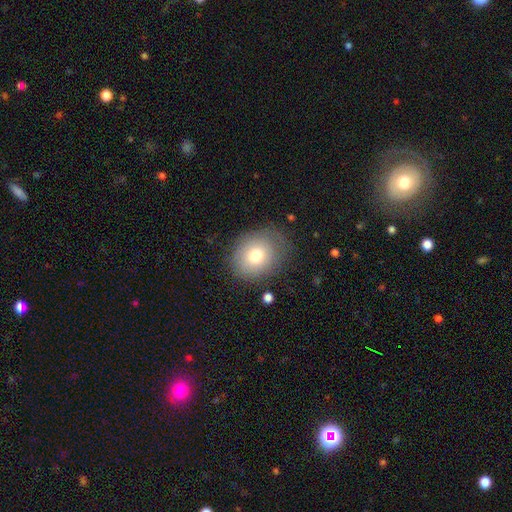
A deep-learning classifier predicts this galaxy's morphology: type=smooth (74%); roundness=round (55%); merging=none (73%).